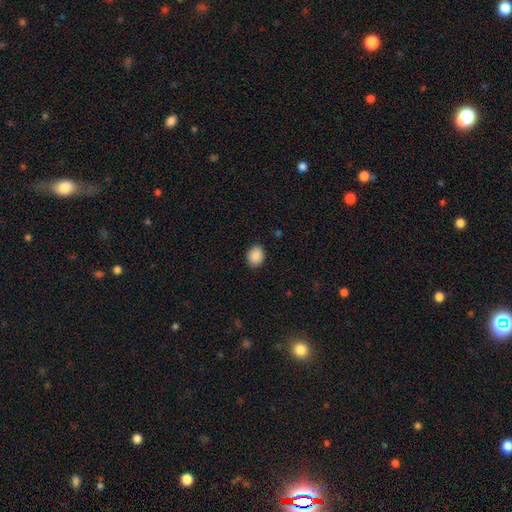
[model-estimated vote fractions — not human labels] Smooth or featured? Predicted: smooth (p=0.90). How rounded? Predicted: in between (p=0.57). Merging? Predicted: none (p=0.88).